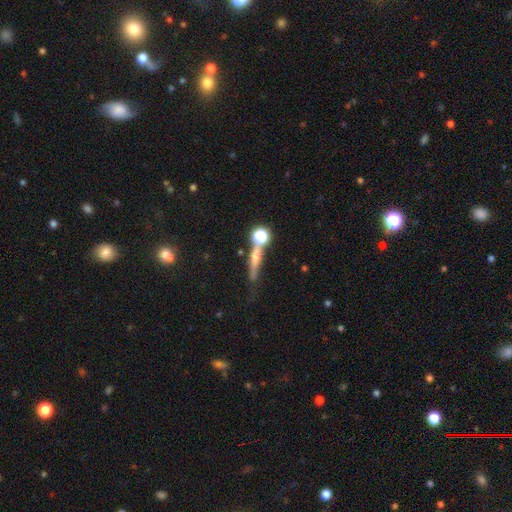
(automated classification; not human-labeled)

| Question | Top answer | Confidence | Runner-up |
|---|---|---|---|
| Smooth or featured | featured or disk | 42% | smooth (41%) |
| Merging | none | 56% | merger (18%) |